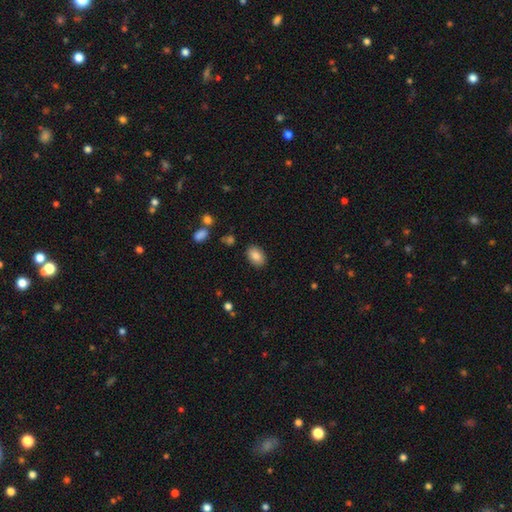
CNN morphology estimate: Smooth or featured? smooth (84%)
How rounded? in between (84%)
Merging? none (87%)